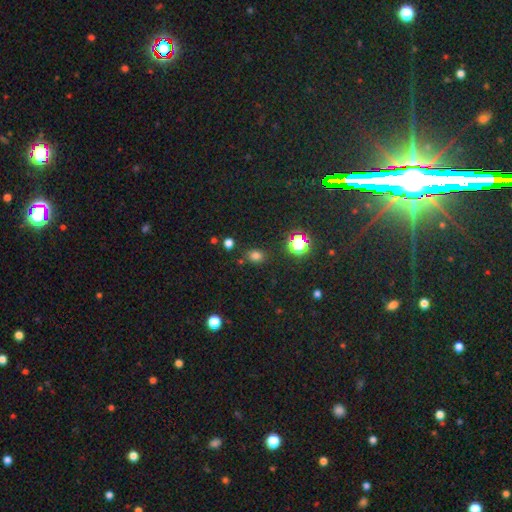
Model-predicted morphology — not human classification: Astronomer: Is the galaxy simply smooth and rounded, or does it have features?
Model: smooth — 73%.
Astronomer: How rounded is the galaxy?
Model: round — 51% (runner-up: in between, 48%).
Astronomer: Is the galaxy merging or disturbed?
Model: none — 80%.